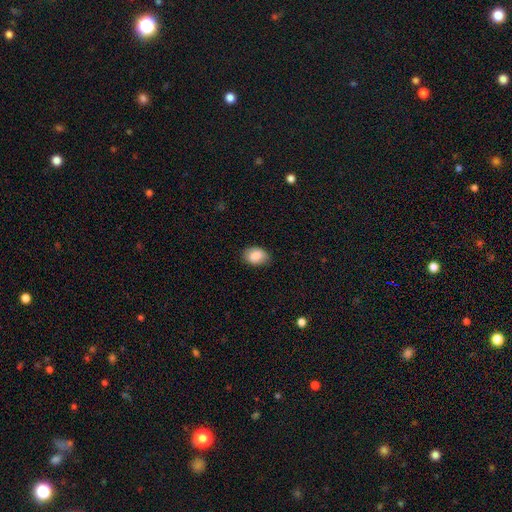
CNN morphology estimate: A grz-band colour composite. It shows a smooth galaxy with no disk features (87%) that is in between round and cigar-shaped (84%). Merging: none (84%).